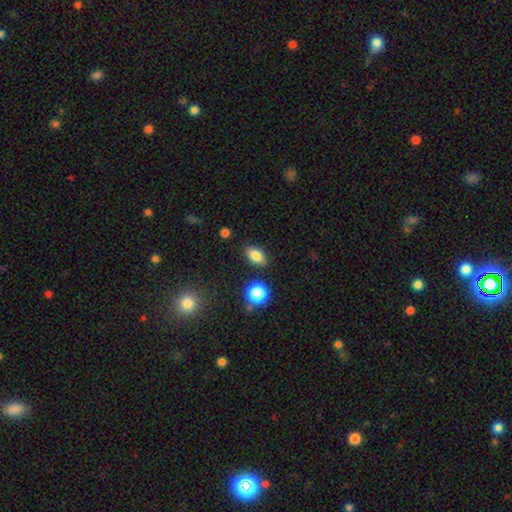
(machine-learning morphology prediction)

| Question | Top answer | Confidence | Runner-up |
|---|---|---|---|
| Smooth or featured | smooth | 82% | star or artifact (10%) |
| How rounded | in between | 86% | round (10%) |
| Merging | none | 85% | minor disturbance (9%) |